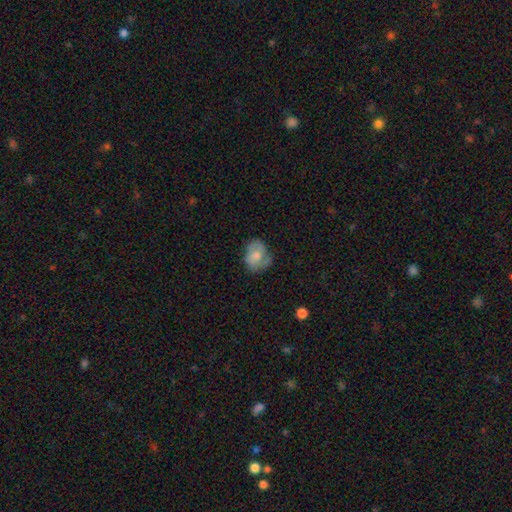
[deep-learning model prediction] The model was most divided on "how rounded": in between: 52%, round: 47%, cigar-shaped: 1%. More confident: smooth or featured — smooth (65%); merging — none (56%).